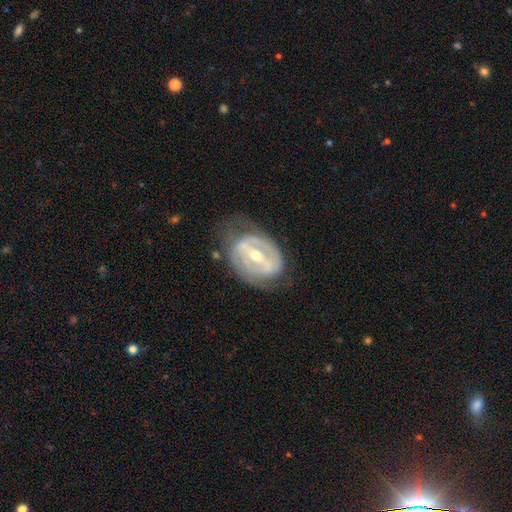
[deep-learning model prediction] smooth-or-featured: featured or disk: 79% | smooth: 15% | star or artifact: 5%
  disk-edge-on: no: 94% | yes: 6%
    bar: strong: 59% | weak: 29% | no: 12%
    has-spiral-arms: yes: 53% | no: 47%
    bulge-size: moderate: 61% | small: 35% | large: 3% | none: 1% | dominant: 1%
  merging: none: 63% | minor disturbance: 21% | major disturbance: 14% | merger: 2%